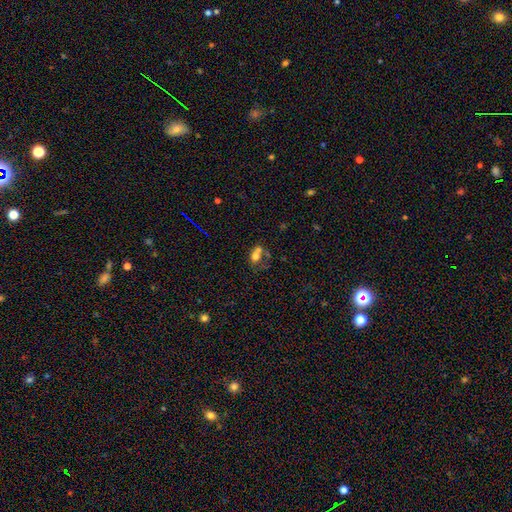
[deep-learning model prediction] smooth_or_featured: smooth (p=0.62) [alt: featured or disk p=0.23]
how_rounded: in between (p=0.56) [alt: round p=0.42]
merging: merger (p=0.50) [alt: none p=0.26]